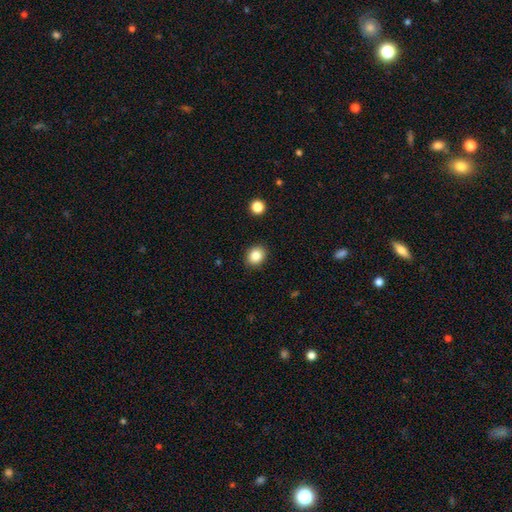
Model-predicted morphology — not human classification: smooth_or_featured: smooth (p=0.85) [alt: star or artifact p=0.09]
how_rounded: round (p=0.64) [alt: in between p=0.35]
merging: none (p=0.89) [alt: minor disturbance p=0.07]